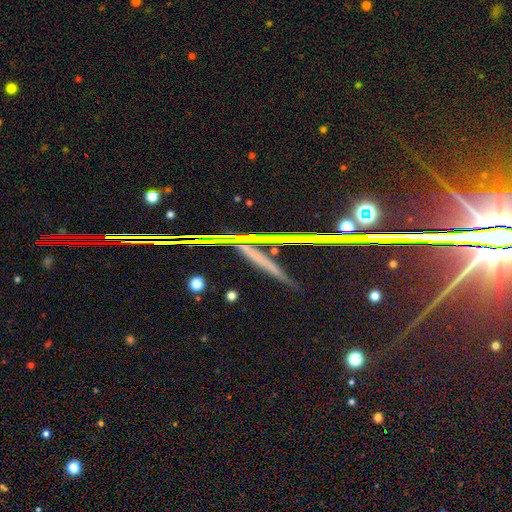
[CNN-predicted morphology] Smooth or featured?
  - star or artifact: 46% *
  - featured or disk: 36%
  - smooth: 18%